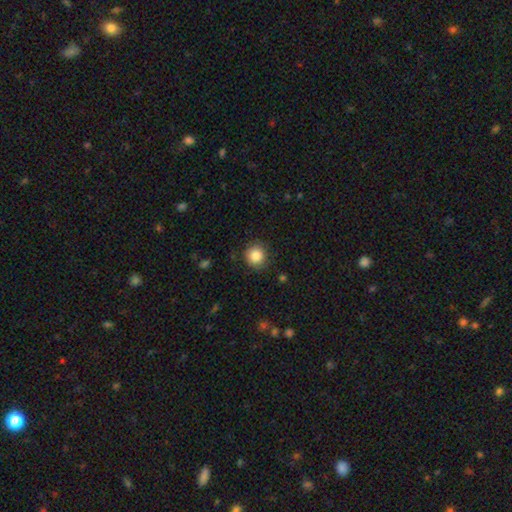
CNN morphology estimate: This is clearly a smooth galaxy (86%). How rounded: clearly round (93%). Merging: clearly none (87%).